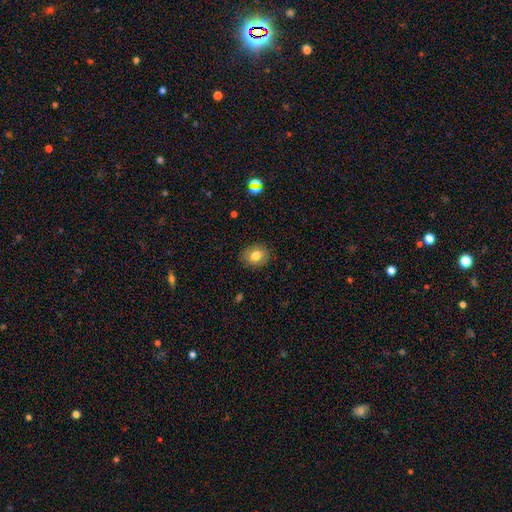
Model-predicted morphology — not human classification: A smooth galaxy with no disk features (77%) that is in between round and cigar-shaped (51%).

Vote fractions:
- Smooth or featured? smooth: 77% / featured or disk: 13% / star or artifact: 10%
- How rounded? in between: 51% / round: 48% / cigar-shaped: 1%
- Merging? none: 88% / minor disturbance: 9% / major disturbance: 2% / merger: 1%